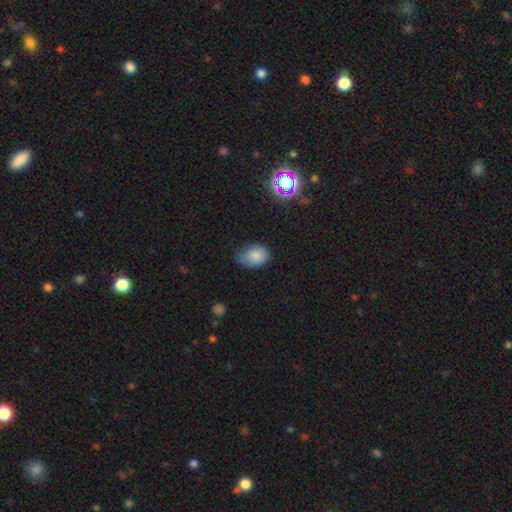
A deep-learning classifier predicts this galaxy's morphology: The model was most divided on "merging": none: 55%, minor disturbance: 36%, major disturbance: 7%, merger: 2%. More confident: smooth or featured — smooth (82%); how rounded — in between (70%).